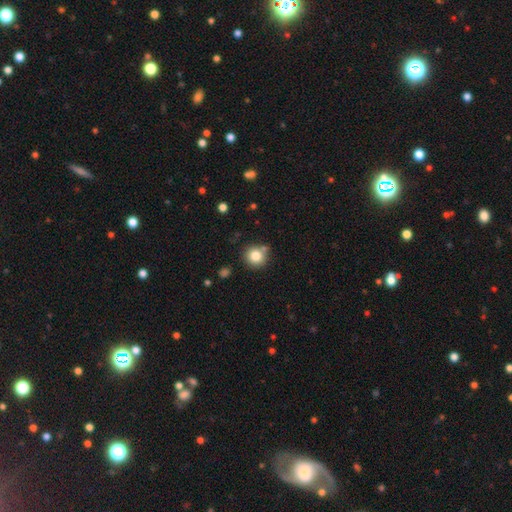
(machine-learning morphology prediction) Overall: smooth (82%). How rounded: round (92%). Merging: none (77%).